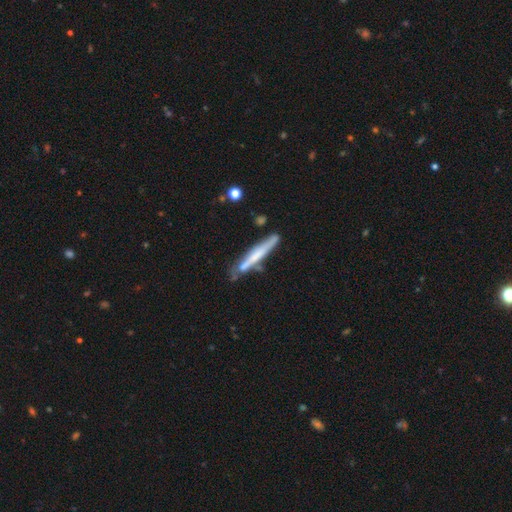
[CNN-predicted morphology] smooth-or-featured: featured or disk: 47% (tied) | smooth: 47% (tied) | star or artifact: 6%
  merging: none: 66% | minor disturbance: 21% | merger: 8% | major disturbance: 5%